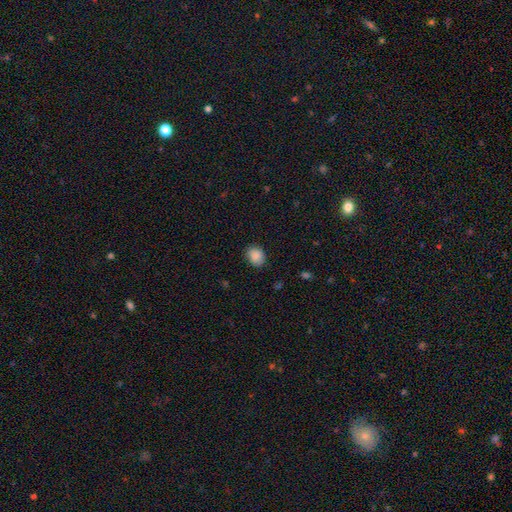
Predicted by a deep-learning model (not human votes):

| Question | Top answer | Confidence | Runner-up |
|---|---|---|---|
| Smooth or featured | smooth | 88% | star or artifact (8%) |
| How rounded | round | 51% | in between (48%) |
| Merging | none | 83% | minor disturbance (13%) |